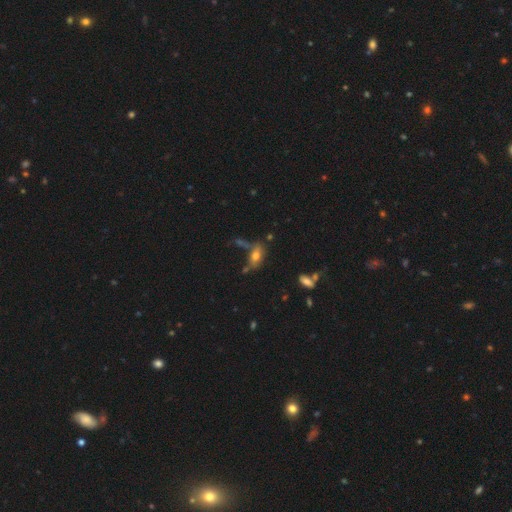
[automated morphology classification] Smooth or featured? smooth (67%)
How rounded? in between (81%)
Merging? none (55%)